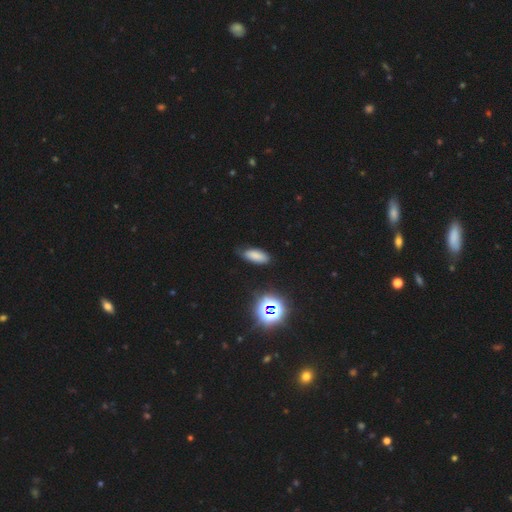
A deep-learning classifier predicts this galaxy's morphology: smooth-or-featured: smooth: 75% | star or artifact: 16% | featured or disk: 8%
  how-rounded: in between: 81% | cigar-shaped: 16% | round: 3%
  merging: none: 76% | minor disturbance: 18% | major disturbance: 4% | merger: 2%